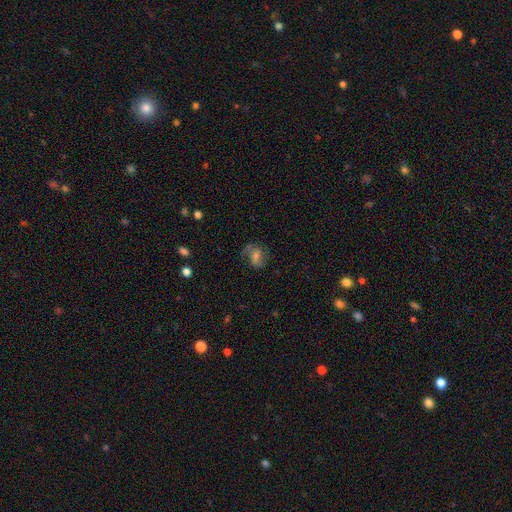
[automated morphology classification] Smooth or featured?
  - featured or disk: 60% *
  - smooth: 26%
  - star or artifact: 14%
Edge-on disk?
  - no: 96% *
  - yes: 4%
Bar?
  - weak: 45% *
  - no: 37%
  - strong: 18%
Spiral arms?
  - yes: 89% *
  - no: 11%
Spiral winding?
  - medium: 48% *
  - loose: 32%
  - tight: 20%
Spiral arm count?
  - 2: 78% *
  - can't tell: 9%
  - 1: 8%
  - 3: 2%
  - 4: 1%
  - more than 4: 1%
Bulge size?
  - moderate: 42% *
  - small: 35%
  - none: 11%
  - large: 11%
  - dominant: 2%
Merging?
  - none: 67% *
  - minor disturbance: 18%
  - major disturbance: 13%
  - merger: 2%